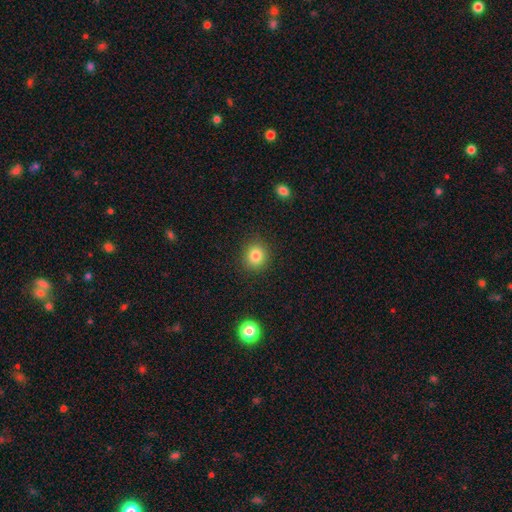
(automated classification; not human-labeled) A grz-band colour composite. It shows a smooth galaxy with no disk features (83%) that is round (82%). Merging: none (90%).